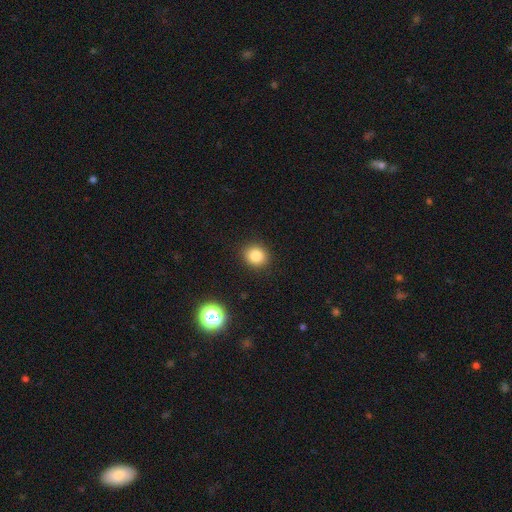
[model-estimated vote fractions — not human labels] smooth 82%, star or artifact 12%, featured or disk 6%. Down the decision tree: how rounded — round (80%); merging — none (90%).